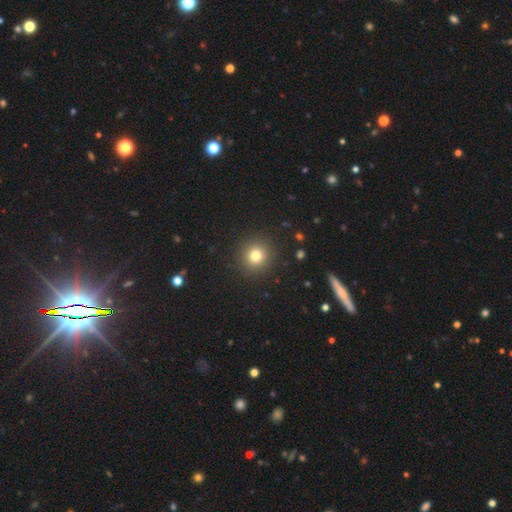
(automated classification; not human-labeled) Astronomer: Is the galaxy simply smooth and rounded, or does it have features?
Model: smooth — 80%.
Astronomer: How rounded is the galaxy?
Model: round — 92%.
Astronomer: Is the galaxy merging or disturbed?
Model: none — 91%.